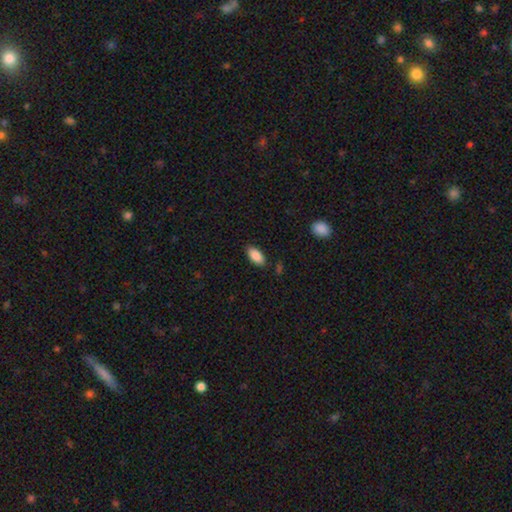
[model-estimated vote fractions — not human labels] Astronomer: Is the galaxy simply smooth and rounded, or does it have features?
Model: smooth — 88%.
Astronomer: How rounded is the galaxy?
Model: in between — 92%.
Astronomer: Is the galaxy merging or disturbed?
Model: none — 85%.